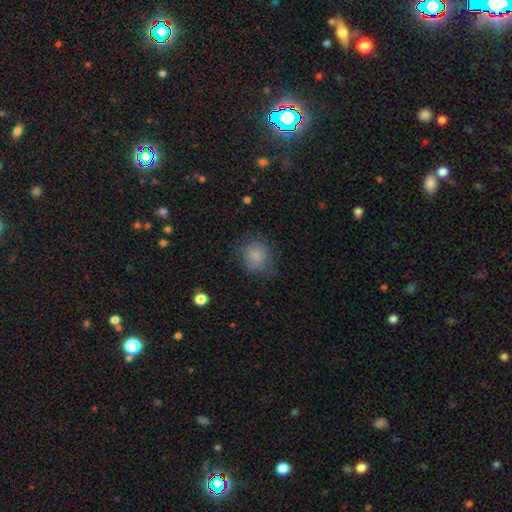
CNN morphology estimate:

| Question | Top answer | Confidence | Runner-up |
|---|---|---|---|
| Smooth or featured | smooth | 80% | featured or disk (10%) |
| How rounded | round | 72% | in between (27%) |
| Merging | none | 69% | minor disturbance (21%) |